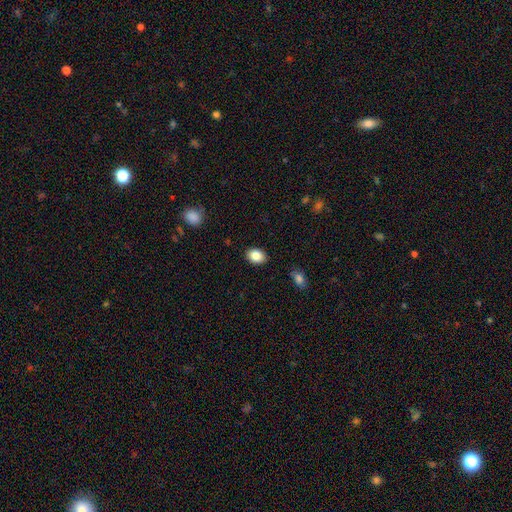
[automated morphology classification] type=smooth (85%); roundness=in between (75%); merging=none (89%).